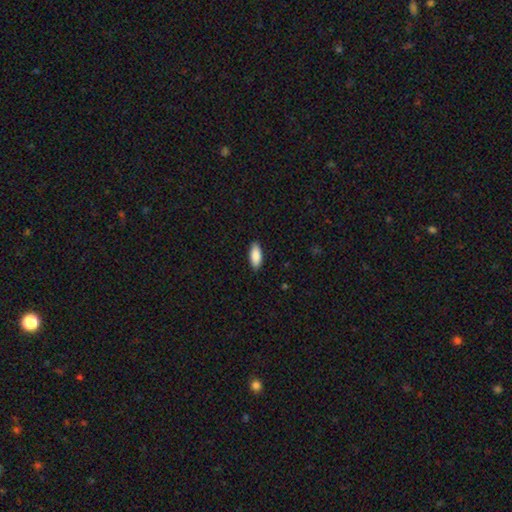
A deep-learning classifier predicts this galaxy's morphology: smooth_or_featured: smooth (p=0.89) [alt: star or artifact p=0.06]
how_rounded: in between (p=0.82) [alt: cigar-shaped p=0.17]
merging: none (p=0.88) [alt: minor disturbance p=0.09]